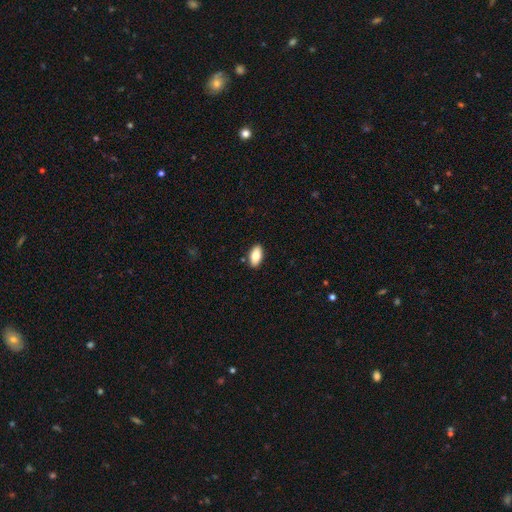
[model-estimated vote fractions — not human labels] This appears to be a smooth galaxy with no disk features (79%) that is in between round and cigar-shaped (93%). Merging: none (89%).